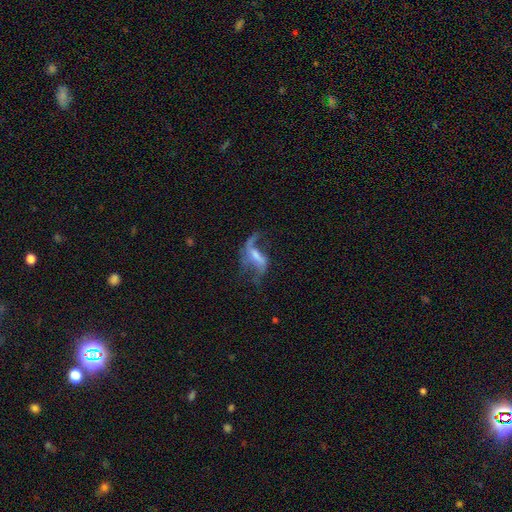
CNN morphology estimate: This appears to be a featured or disk galaxy (76%) with a weak bar (39%), 2 (74%) loose (83%) spiral arms (80%) and a small central bulge (43%). Merging: none (41%).